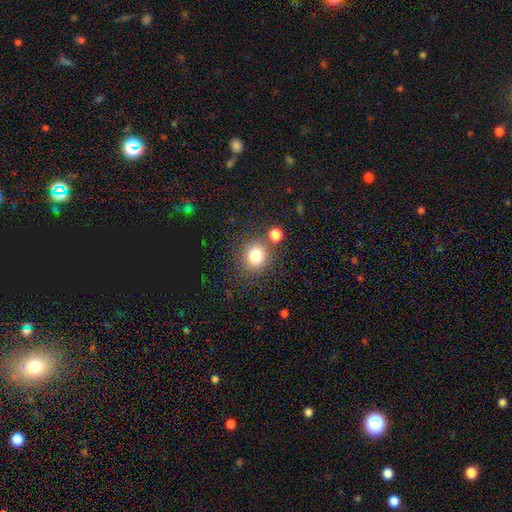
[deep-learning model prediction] A smooth galaxy with no disk features (81%) that is round (82%). Merging: none (75%).